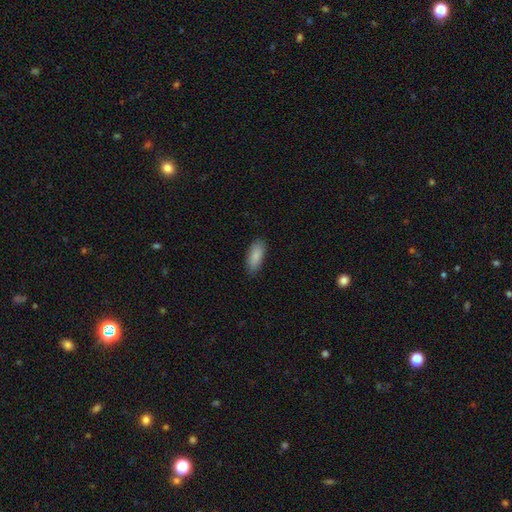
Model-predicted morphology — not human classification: This is clearly a smooth galaxy (87%). How rounded: clearly in between (82%). Merging: clearly none (84%).